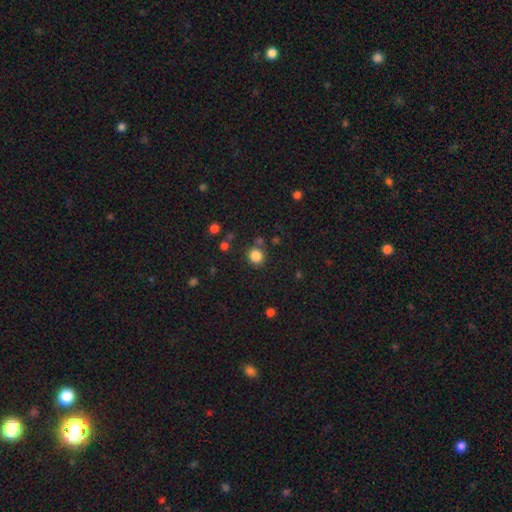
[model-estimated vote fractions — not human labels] Q: Smooth or featured?
A: smooth (84%); runner-up: star or artifact (12%)
Q: How rounded?
A: round (89%); runner-up: in between (10%)
Q: Merging?
A: none (81%); runner-up: minor disturbance (9%)